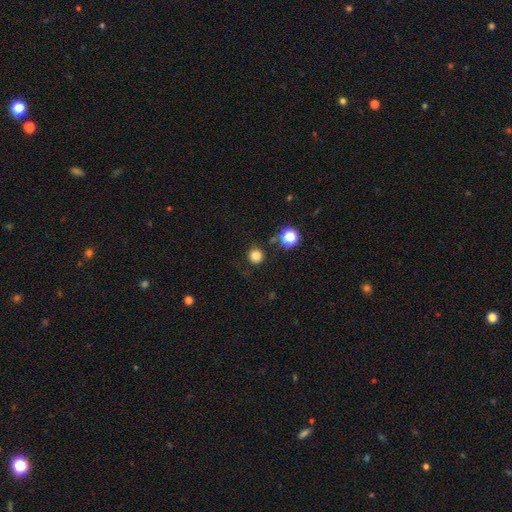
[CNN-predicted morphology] Smooth or featured? Predicted: smooth (p=0.81). How rounded? Predicted: round (p=0.95). Merging? Predicted: none (p=0.86).